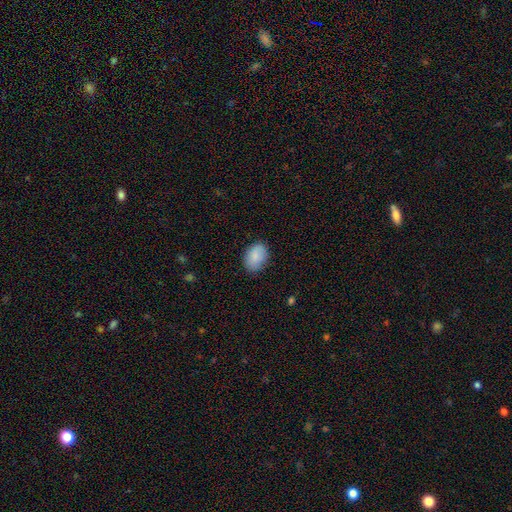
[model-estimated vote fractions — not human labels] Overall: smooth (88%). How rounded: in between (82%). Merging: none (81%).